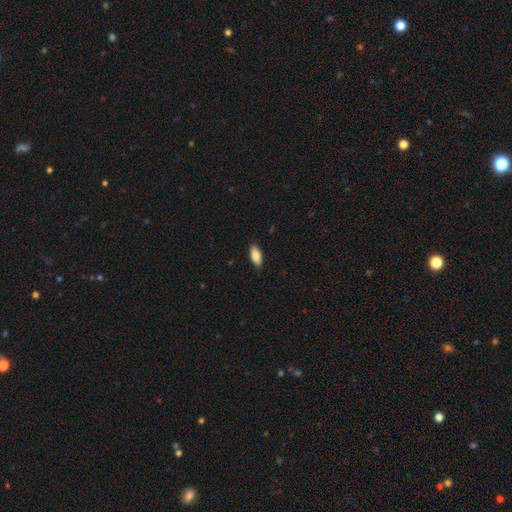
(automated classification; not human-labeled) This appears to be a smooth galaxy with no disk features (87%) that is in between round and cigar-shaped (85%). Merging: none (87%).